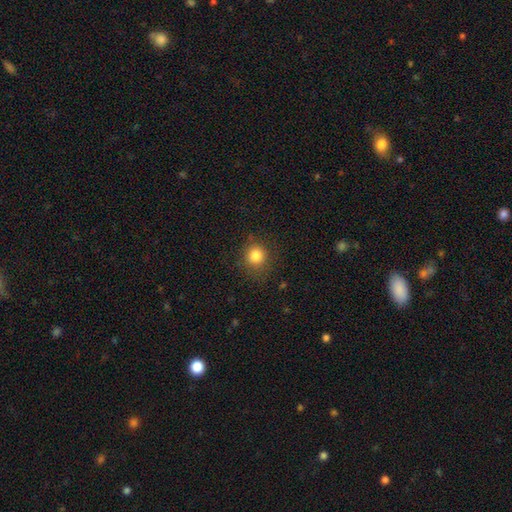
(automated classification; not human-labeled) Smooth or featured?
  - smooth: 83% *
  - star or artifact: 12%
  - featured or disk: 6%
How rounded?
  - round: 88% *
  - in between: 11%
  - cigar-shaped: 1%
Merging?
  - none: 84% *
  - minor disturbance: 11%
  - major disturbance: 4%
  - merger: 1%